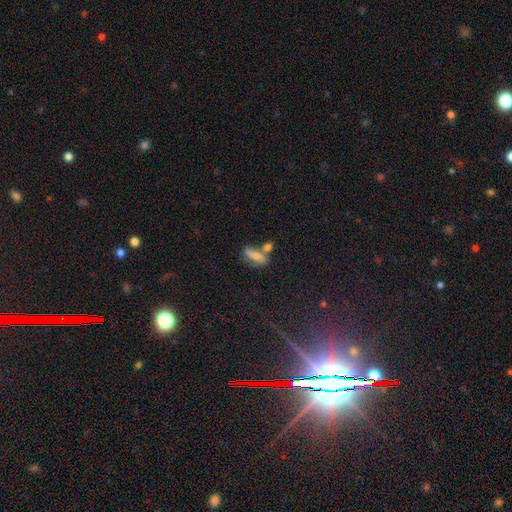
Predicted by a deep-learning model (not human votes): Smooth or featured?
  - smooth: 68% *
  - featured or disk: 21%
  - star or artifact: 11%
How rounded?
  - in between: 51% *
  - cigar-shaped: 44%
  - round: 5%
Merging?
  - none: 42% *
  - merger: 34%
  - minor disturbance: 16%
  - major disturbance: 8%